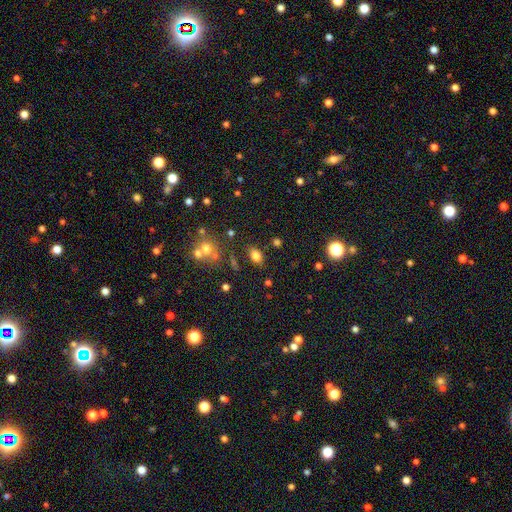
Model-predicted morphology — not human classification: smooth_or_featured: smooth (p=0.78) [alt: star or artifact p=0.13]
how_rounded: in between (p=0.82) [alt: round p=0.16]
merging: none (p=0.79) [alt: minor disturbance p=0.12]